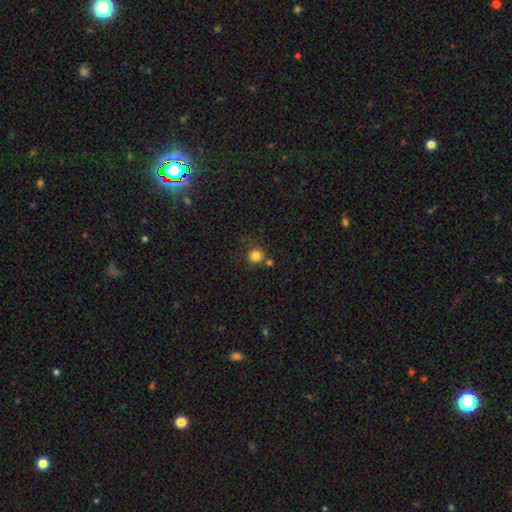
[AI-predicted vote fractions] smooth 83%, star or artifact 12%, featured or disk 5%. Down the decision tree: how rounded — round (92%); merging — none (73%).